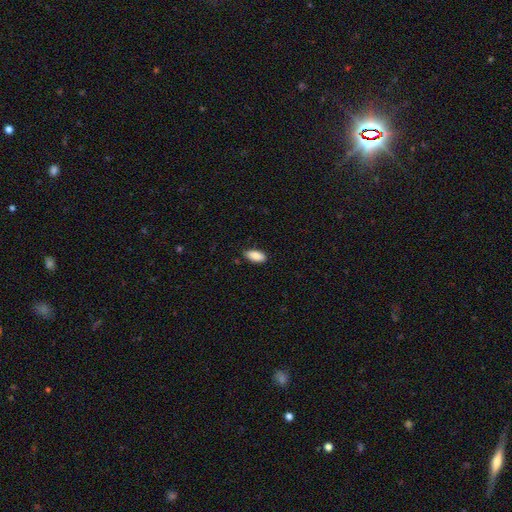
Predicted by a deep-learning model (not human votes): smooth 87%, featured or disk 7%, star or artifact 7%. Down the decision tree: how rounded — in between (91%); merging — none (85%).